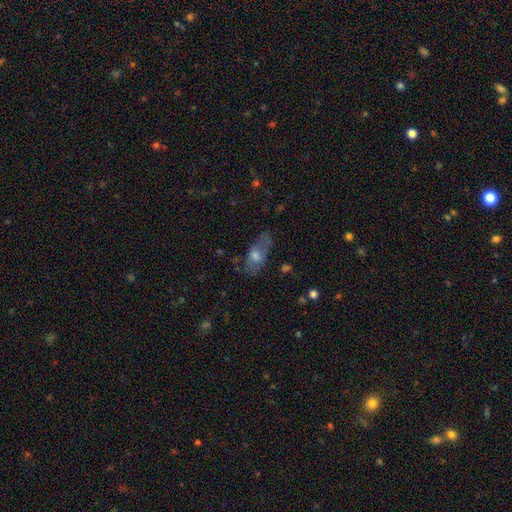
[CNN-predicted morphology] A smooth galaxy with no disk features (47%).

Vote fractions:
- Smooth or featured? smooth: 47% / featured or disk: 42% / star or artifact: 11%
- Merging? none: 61% / minor disturbance: 24% / major disturbance: 13% / merger: 3%